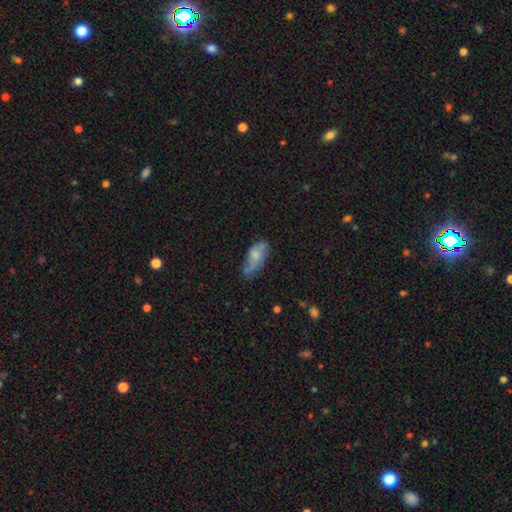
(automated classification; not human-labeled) Overall: smooth (56%; featured or disk 36%). How rounded: in between (84%). Merging: none (41%; minor disturbance 35%).